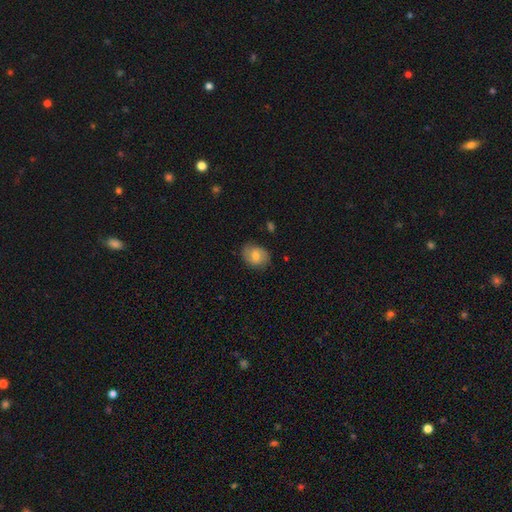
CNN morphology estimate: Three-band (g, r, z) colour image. It shows a smooth galaxy with no disk features (63%) that is in between round and cigar-shaped (55%). Merging: none (77%).